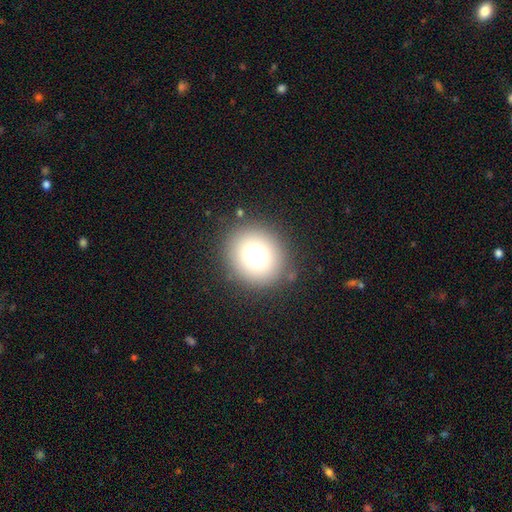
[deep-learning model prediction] Smooth or featured: smooth — 73% (star or artifact — 16%)
How rounded: round — 84% (in between — 16%)
Merging: none — 85% (minor disturbance — 8%)